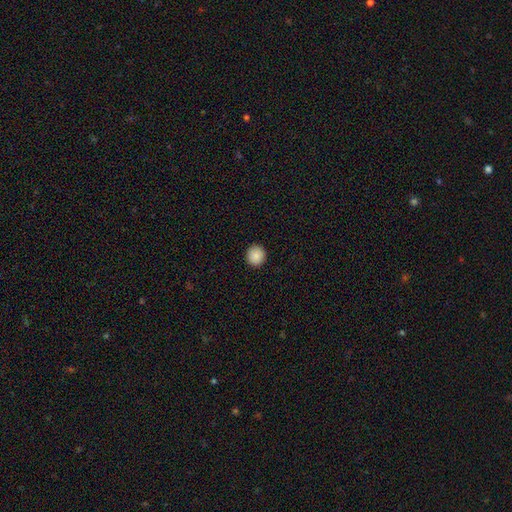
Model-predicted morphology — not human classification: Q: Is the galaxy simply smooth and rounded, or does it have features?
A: smooth — 89%.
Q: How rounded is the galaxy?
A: round — 91%.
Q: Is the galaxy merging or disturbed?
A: none — 93%.